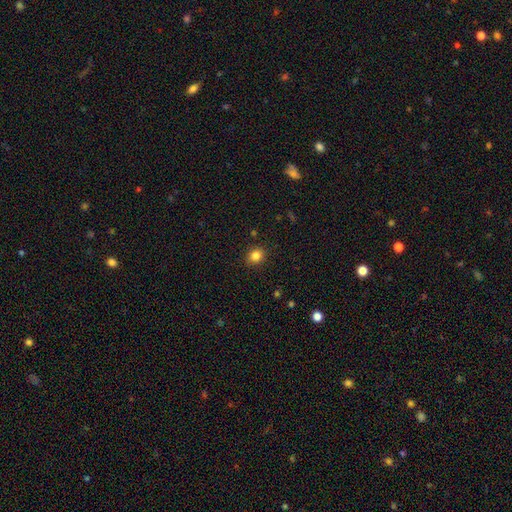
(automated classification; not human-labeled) This appears to be a smooth galaxy with no disk features (84%) that is round (66%). Merging: none (89%).